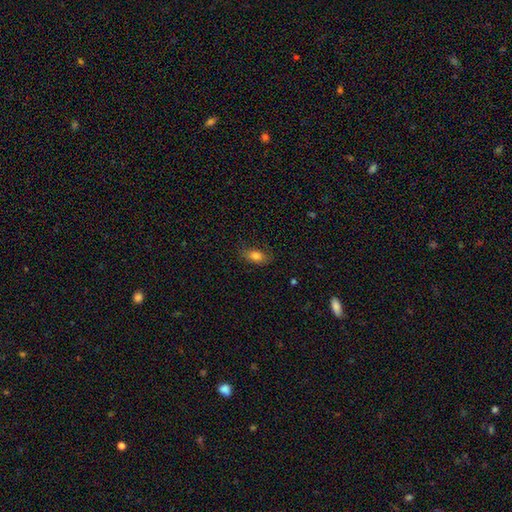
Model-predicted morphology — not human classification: smooth-or-featured: smooth: 80% | featured or disk: 10% | star or artifact: 9%
  how-rounded: in between: 86% | round: 9% | cigar-shaped: 6%
  merging: none: 79% | minor disturbance: 16% | major disturbance: 4% | merger: 1%